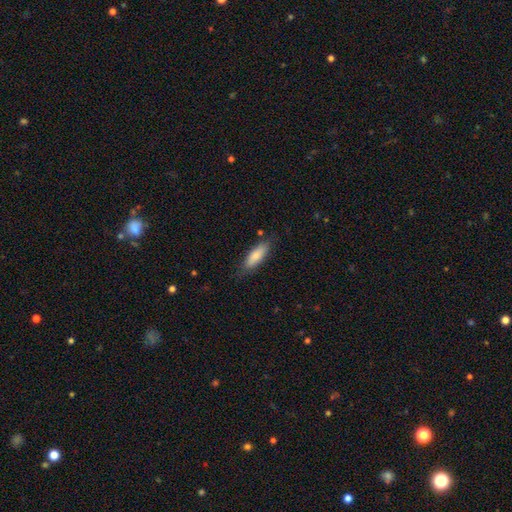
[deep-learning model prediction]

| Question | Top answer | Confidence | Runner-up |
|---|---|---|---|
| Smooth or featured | smooth | 79% | featured or disk (15%) |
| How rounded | in between | 57% | cigar-shaped (41%) |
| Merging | none | 77% | minor disturbance (17%) |